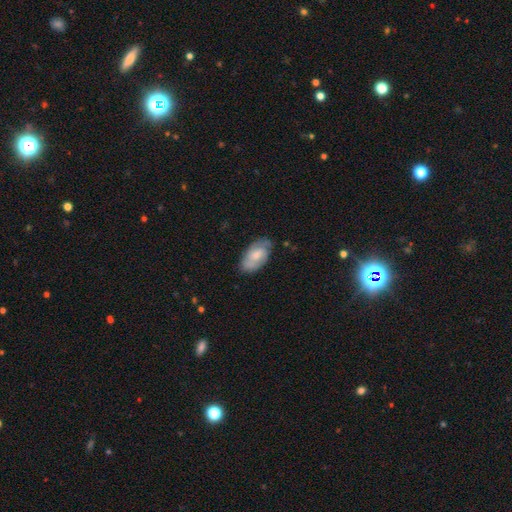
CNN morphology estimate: Smooth or featured? featured or disk (52%)
Edge-on disk? no (94%)
Merging? none (67%)